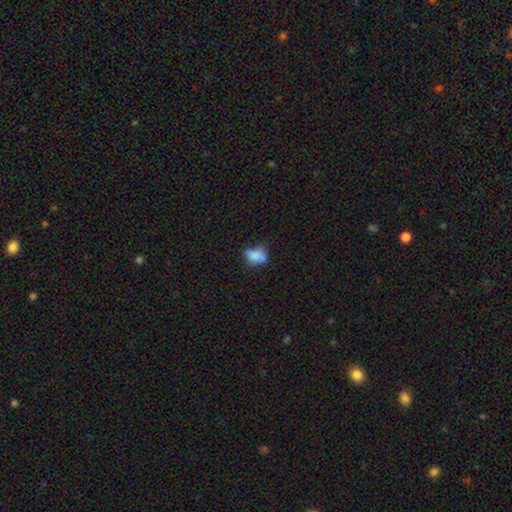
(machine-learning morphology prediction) This is likely a smooth galaxy (71%). How rounded: likely in between (75%). Merging: marginally none (43%).